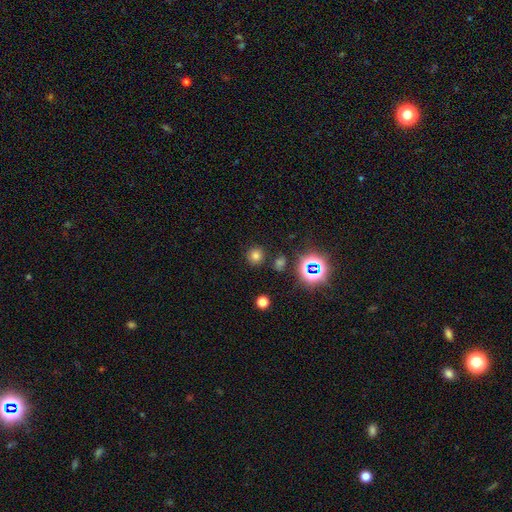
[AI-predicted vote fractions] smooth_or_featured: smooth (p=0.71) [alt: star or artifact p=0.23]
how_rounded: round (p=0.90) [alt: in between p=0.09]
merging: none (p=0.85) [alt: minor disturbance p=0.08]